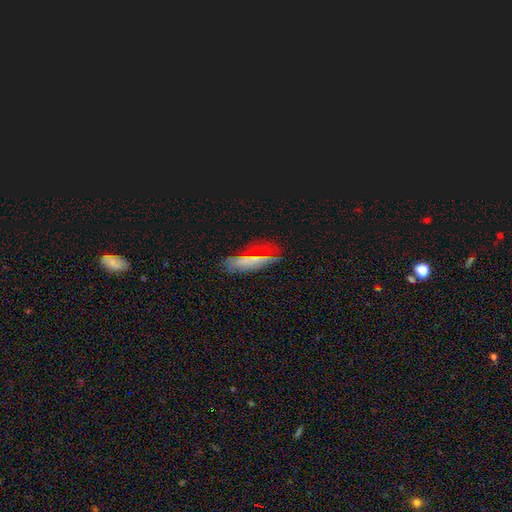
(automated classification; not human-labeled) Smooth or featured: smooth — 45% (star or artifact — 32%)
Merging: none — 77% (minor disturbance — 16%)